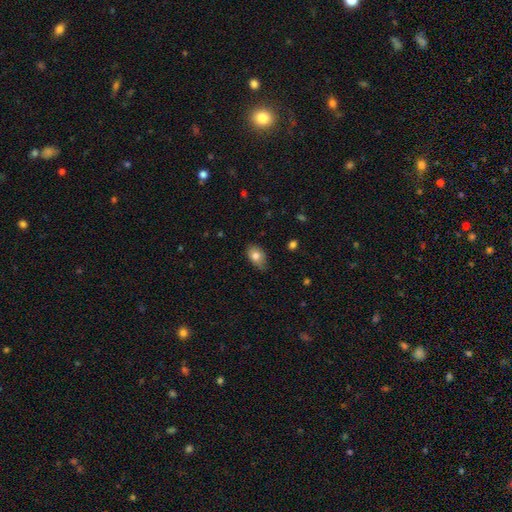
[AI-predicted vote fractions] Smooth or featured?
  - smooth: 80% *
  - featured or disk: 12%
  - star or artifact: 8%
How rounded?
  - in between: 85% *
  - round: 13%
  - cigar-shaped: 2%
Merging?
  - none: 70% *
  - minor disturbance: 25%
  - major disturbance: 4%
  - merger: 1%